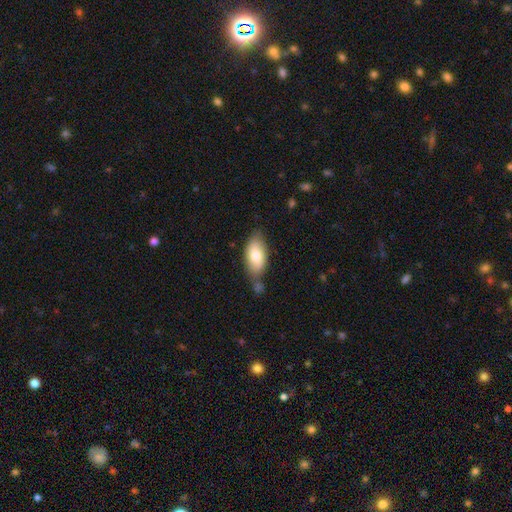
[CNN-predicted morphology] smooth 77%, featured or disk 17%, star or artifact 6%. Down the decision tree: how rounded — in between (91%); merging — none (59%).